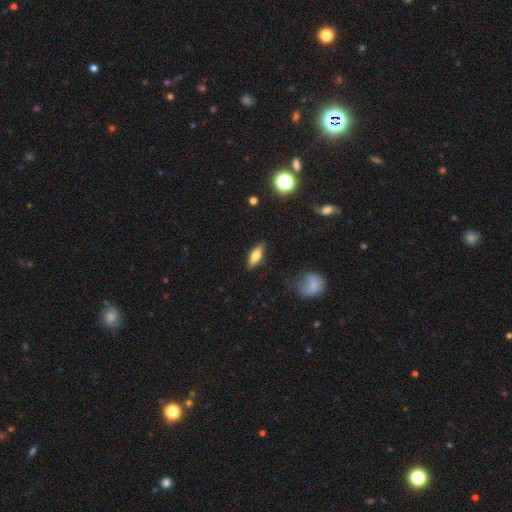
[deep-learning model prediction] The model was most divided on "how rounded": in between: 60%, cigar-shaped: 36%, round: 3%. More confident: merging — none (84%); smooth or featured — smooth (59%).